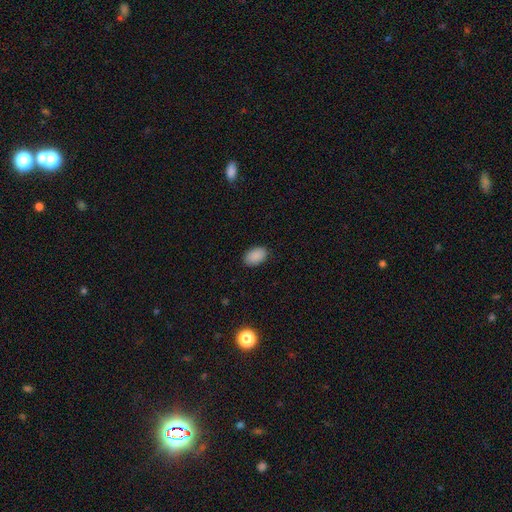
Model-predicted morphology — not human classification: smooth-or-featured: smooth: 89% | star or artifact: 8% | featured or disk: 3%
  how-rounded: in between: 89% | round: 9% | cigar-shaped: 1%
  merging: none: 88% | minor disturbance: 9% | major disturbance: 2% | merger: 1%